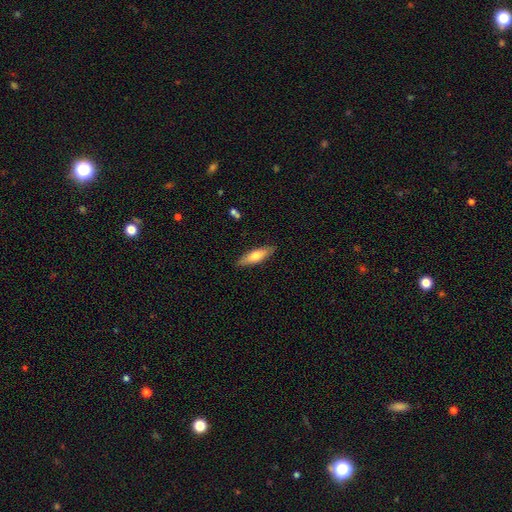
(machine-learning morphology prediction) This is likely a smooth galaxy (67%). How rounded: possibly cigar-shaped (60%). Merging: clearly none (87%).